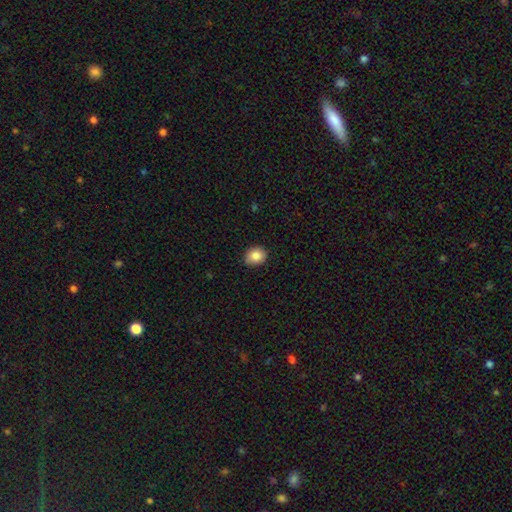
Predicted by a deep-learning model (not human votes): smooth_or_featured: smooth (p=0.85) [alt: star or artifact p=0.09]
how_rounded: round (p=0.64) [alt: in between p=0.35]
merging: none (p=0.82) [alt: minor disturbance p=0.14]